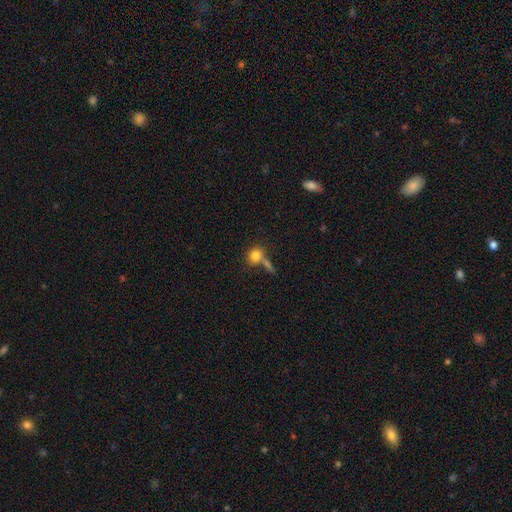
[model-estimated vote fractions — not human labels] The model was most divided on "merging": none: 49%, merger: 31%, minor disturbance: 12%, major disturbance: 8%. More confident: smooth or featured — smooth (81%); how rounded — round (70%).